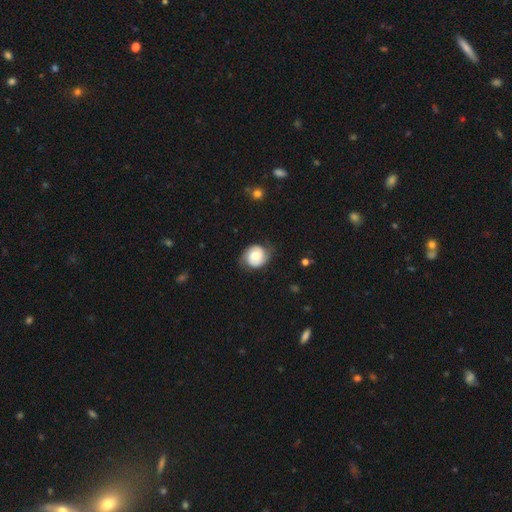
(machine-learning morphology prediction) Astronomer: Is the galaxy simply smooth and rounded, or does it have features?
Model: featured or disk — 56% (runner-up: smooth, 37%).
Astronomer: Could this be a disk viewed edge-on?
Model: no — 97%.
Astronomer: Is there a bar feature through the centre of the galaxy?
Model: no — 62%.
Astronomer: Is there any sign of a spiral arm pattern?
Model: yes — 88%.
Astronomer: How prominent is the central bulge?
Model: moderate — 58%.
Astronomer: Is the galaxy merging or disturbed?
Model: none — 71%.